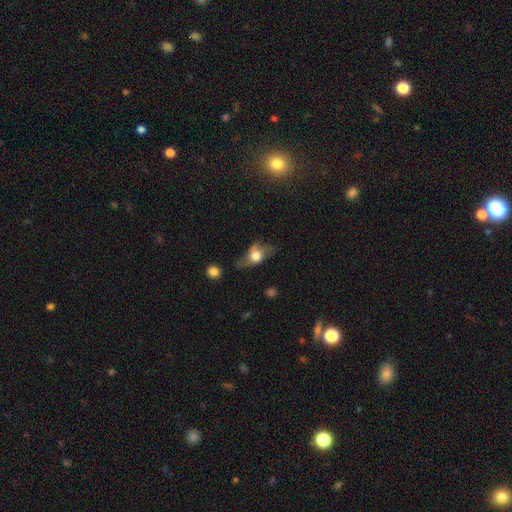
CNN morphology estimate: Overall: smooth (46%; featured or disk 44%). Merging: none (47%; minor disturbance 28%).